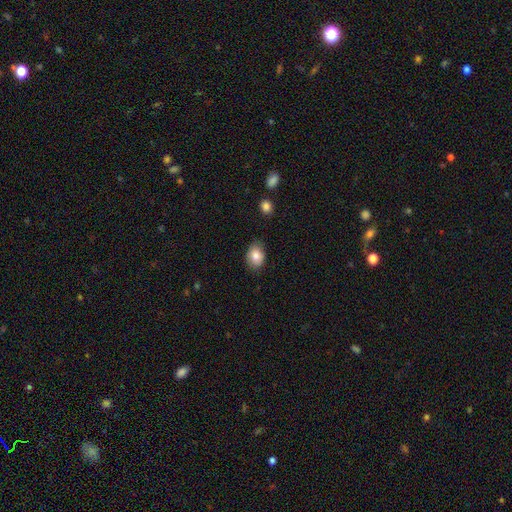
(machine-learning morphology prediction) smooth 80%, featured or disk 12%, star or artifact 8%. Down the decision tree: how rounded — in between (69%); merging — none (75%).